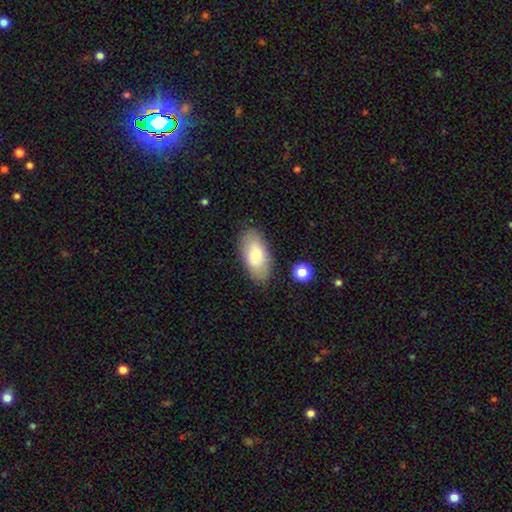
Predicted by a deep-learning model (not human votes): Overall: smooth (77%). How rounded: in between (93%). Merging: none (82%).